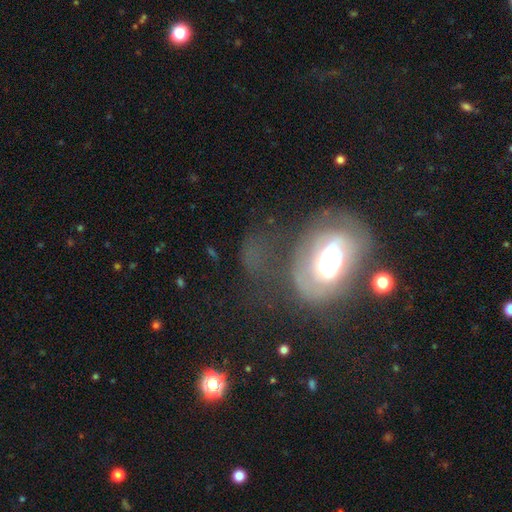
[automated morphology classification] This appears to be a featured or disk galaxy (64%) with no bar (68%), spiral arms (60%) and a moderate central bulge (37%). Merging: none (37%, tied with major disturbance).